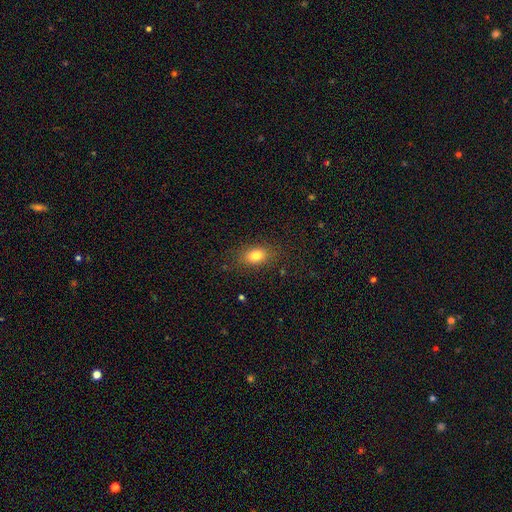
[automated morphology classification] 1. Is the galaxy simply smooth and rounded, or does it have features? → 80% smooth, 11% star or artifact, 10% featured or disk.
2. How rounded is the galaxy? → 77% in between, 20% round, 3% cigar-shaped.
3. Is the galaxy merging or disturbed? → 83% none, 12% minor disturbance, 4% major disturbance, 1% merger.